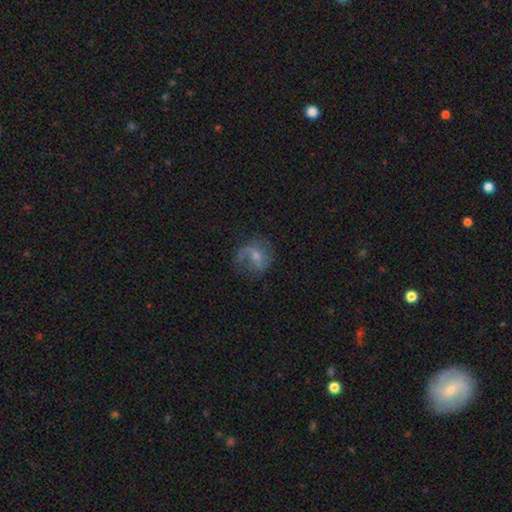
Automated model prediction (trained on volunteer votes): Morphology: type=featured or disk (71%); edge-on=no (97%); bar=weak (48%); spiral arms=yes (91%); winding=medium (45%); arm count=2 (71%); bulge=small (47%); merging=none (69%).